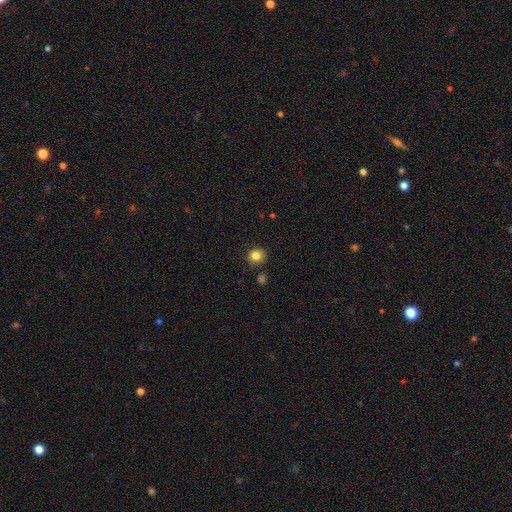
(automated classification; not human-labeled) smooth_or_featured: smooth (p=0.84) [alt: star or artifact p=0.11]
how_rounded: round (p=0.88) [alt: in between p=0.11]
merging: none (p=0.86) [alt: minor disturbance p=0.08]